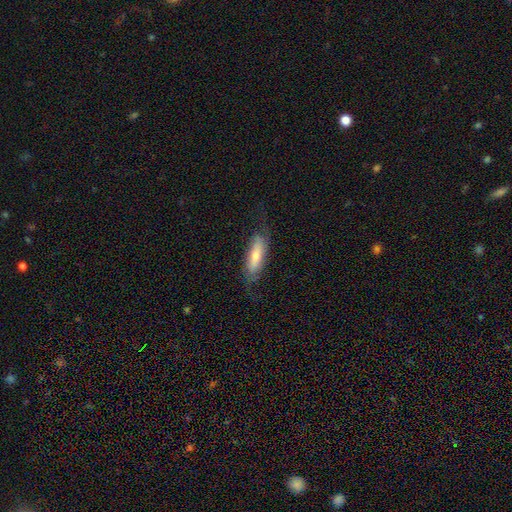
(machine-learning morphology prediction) Smooth or featured? Predicted: smooth (p=0.57). How rounded? Predicted: in between (p=0.50). Merging? Predicted: none (p=0.67).